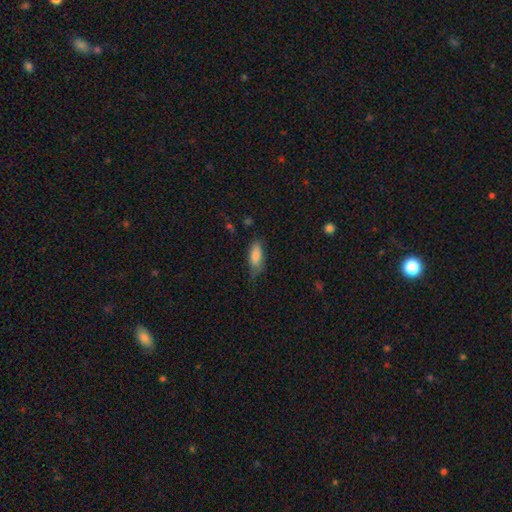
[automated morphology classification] Smooth or featured?
  - smooth: 83% *
  - featured or disk: 11%
  - star or artifact: 7%
How rounded?
  - in between: 79% *
  - cigar-shaped: 19%
  - round: 2%
Merging?
  - none: 56% *
  - minor disturbance: 33%
  - major disturbance: 9%
  - merger: 2%